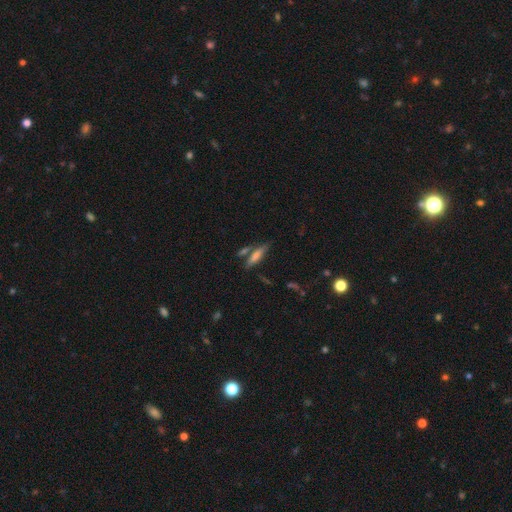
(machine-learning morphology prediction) Smooth or featured? Predicted: smooth (p=0.63). How rounded? Predicted: cigar-shaped (p=0.71). Merging? Predicted: none (p=0.58).